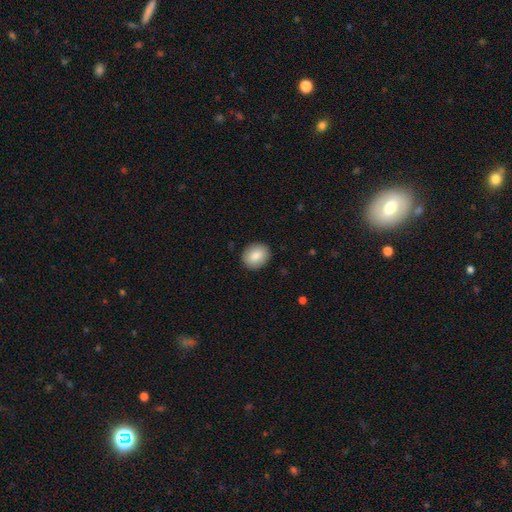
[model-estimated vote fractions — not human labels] Smooth or featured? Predicted: smooth (p=0.85). How rounded? Predicted: round (p=0.58). Merging? Predicted: none (p=0.90).